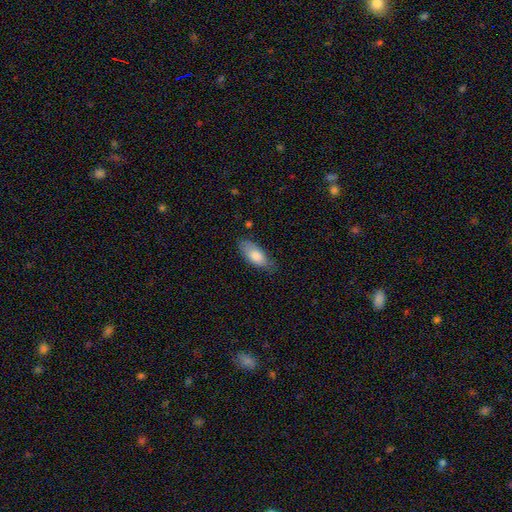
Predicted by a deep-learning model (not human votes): A smooth galaxy with no disk features (80%) that is in between round and cigar-shaped (84%).

Vote fractions:
- Smooth or featured? smooth: 80% / featured or disk: 14% / star or artifact: 6%
- How rounded? in between: 84% / cigar-shaped: 13% / round: 2%
- Merging? none: 70% / minor disturbance: 24% / major disturbance: 5% / merger: 2%